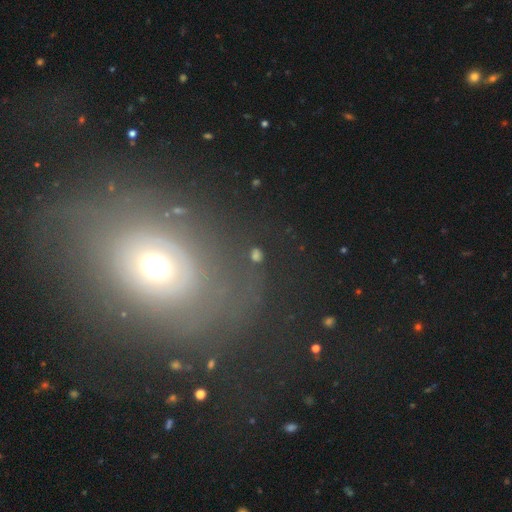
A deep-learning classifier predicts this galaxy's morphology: smooth-or-featured: smooth: 38% | featured or disk: 37% | star or artifact: 24%
  merging: none: 69% | minor disturbance: 14% | major disturbance: 14% | merger: 4%